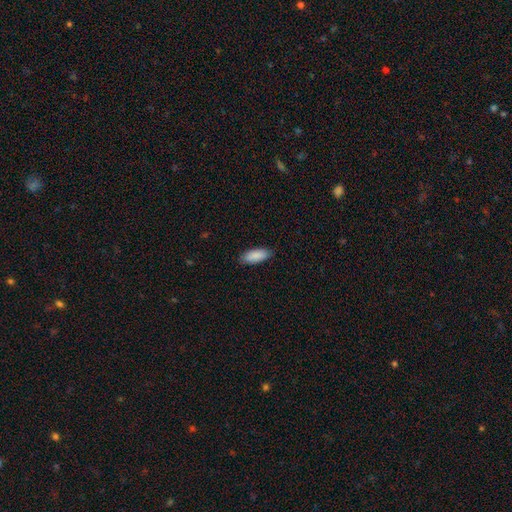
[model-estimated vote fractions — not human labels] A smooth galaxy with no disk features (90%) that is in between round and cigar-shaped (81%).

Vote fractions:
- Smooth or featured? smooth: 90% / star or artifact: 6% / featured or disk: 5%
- How rounded? in between: 81% / cigar-shaped: 18% / round: 2%
- Merging? none: 86% / minor disturbance: 11% / major disturbance: 2% / merger: 1%